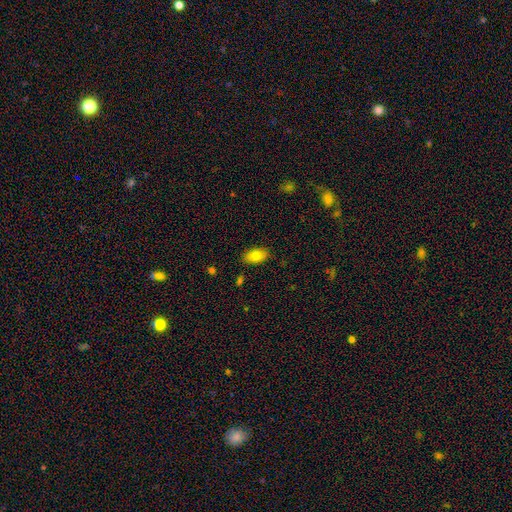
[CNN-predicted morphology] A smooth galaxy with no disk features (80%) that is in between round and cigar-shaped (91%). Merging: none (86%).